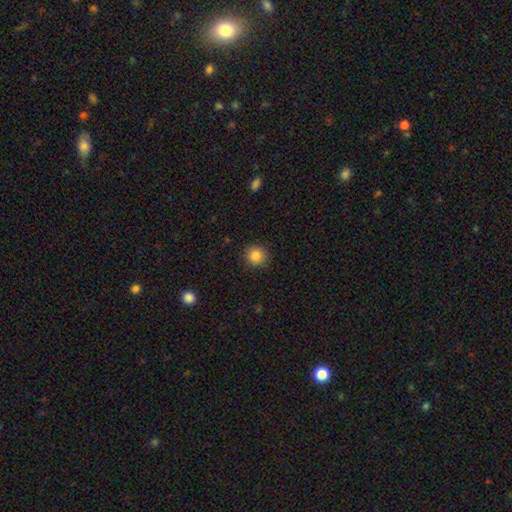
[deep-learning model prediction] A smooth galaxy with no disk features (85%) that is round (92%). Merging: none (91%).